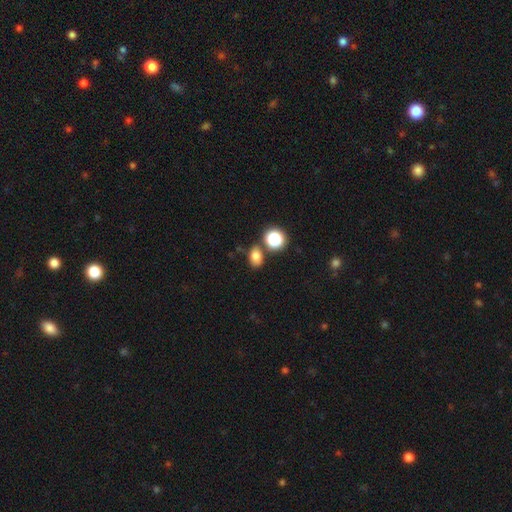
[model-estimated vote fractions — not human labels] Smooth or featured? smooth (77%)
How rounded? in between (66%)
Merging? none (71%)